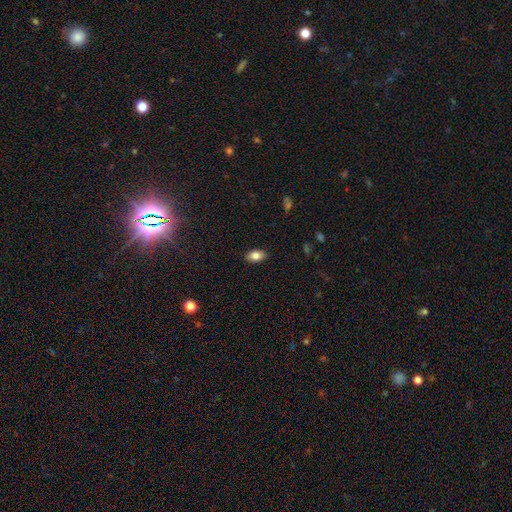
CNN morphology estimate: Smooth or featured: smooth — 82% (featured or disk — 9%)
How rounded: in between — 91% (round — 6%)
Merging: none — 88% (minor disturbance — 9%)